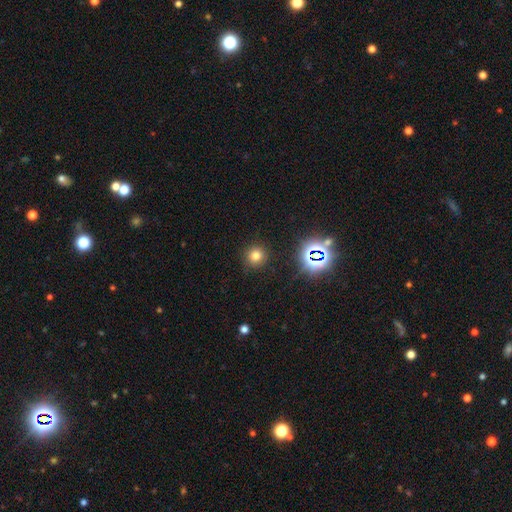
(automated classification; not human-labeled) A smooth galaxy with no disk features (71%) that is round (93%). Merging: none (89%).